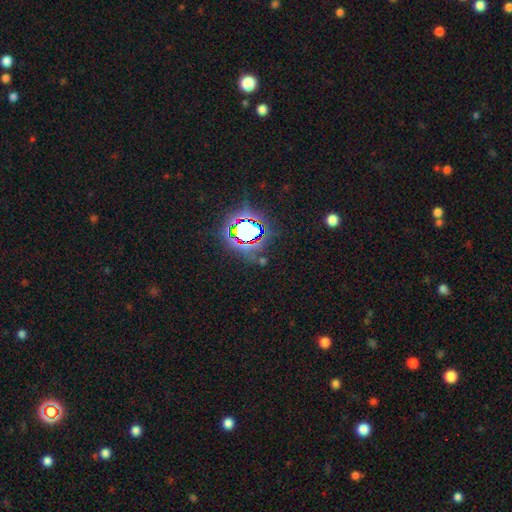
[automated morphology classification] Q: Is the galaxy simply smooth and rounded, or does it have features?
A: star or artifact — 77%.